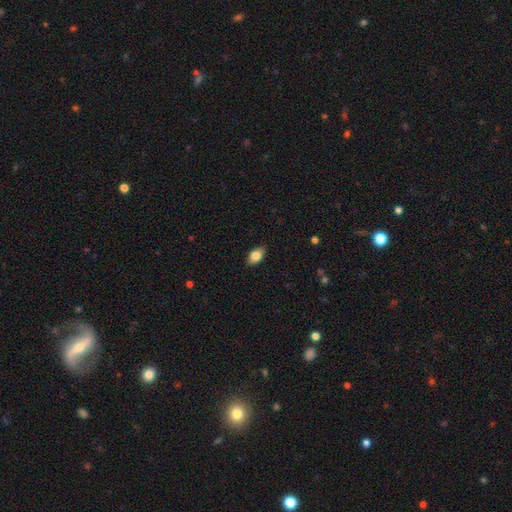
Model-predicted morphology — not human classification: Overall: smooth (78%). How rounded: in between (89%). Merging: none (86%).